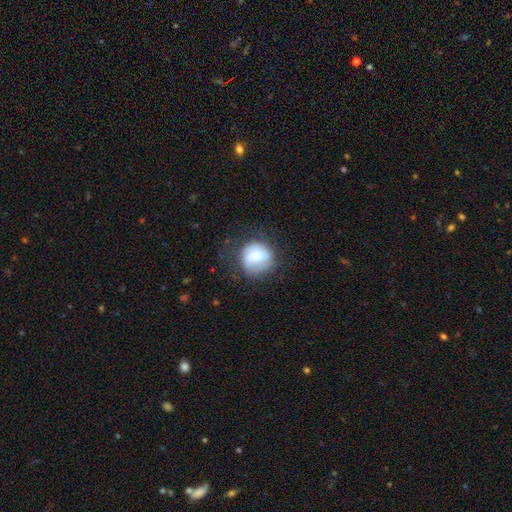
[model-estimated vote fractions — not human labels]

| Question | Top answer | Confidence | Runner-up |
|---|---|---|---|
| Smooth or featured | smooth | 62% | featured or disk (30%) |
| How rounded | round | 83% | in between (17%) |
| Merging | none | 56% | minor disturbance (25%) |